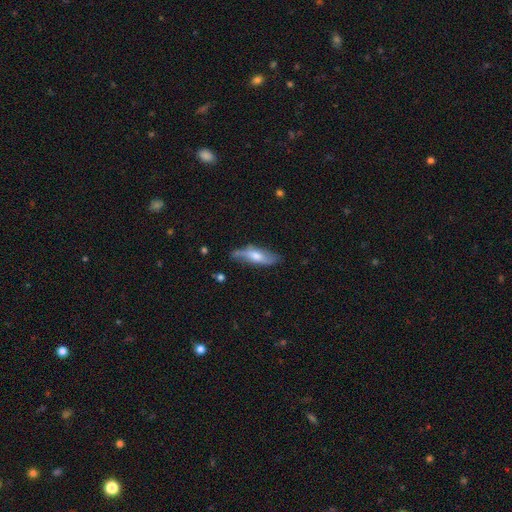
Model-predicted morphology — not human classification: This is possibly a smooth galaxy (48%). Merging: likely none (66%).